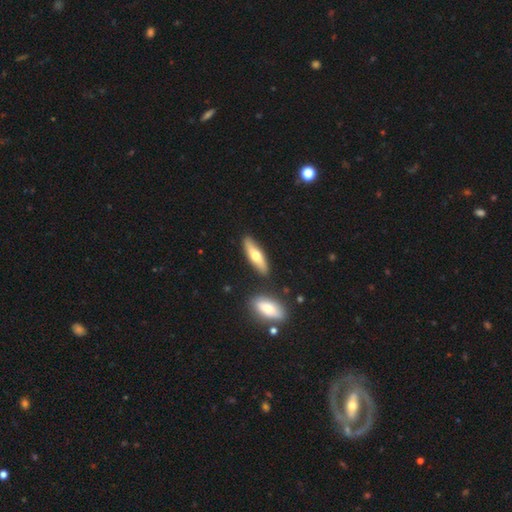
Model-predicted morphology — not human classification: smooth 55%, featured or disk 39%, star or artifact 5%. Down the decision tree: how rounded — cigar-shaped (59%); merging — none (84%).